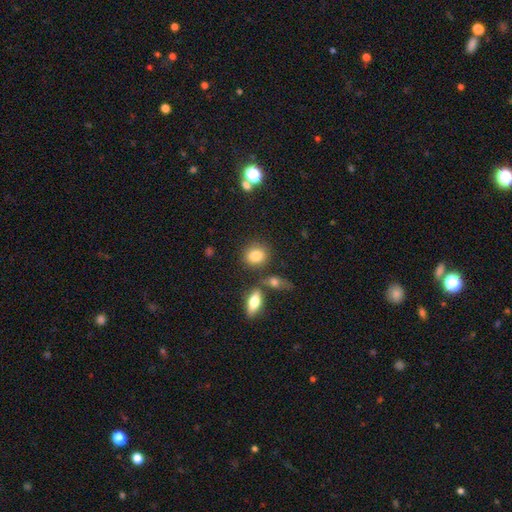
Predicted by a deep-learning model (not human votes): Smooth or featured? smooth (83%)
How rounded? round (58%)
Merging? none (72%)